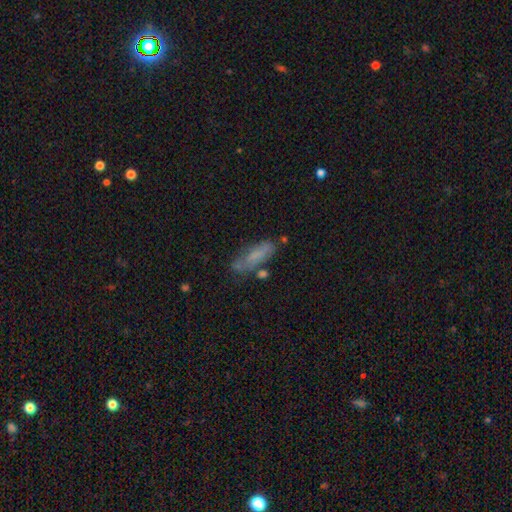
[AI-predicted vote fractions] This appears to be a smooth galaxy with no disk features (65%) that is cigar-shaped (51%). Merging: none (60%).